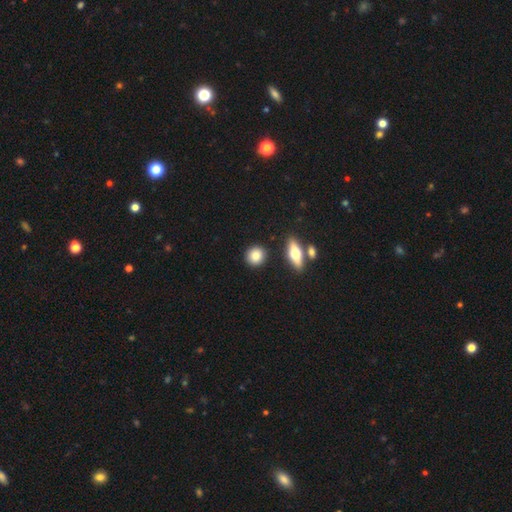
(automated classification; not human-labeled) This appears to be a smooth galaxy with no disk features (84%) that is round (80%). Merging: none (87%).